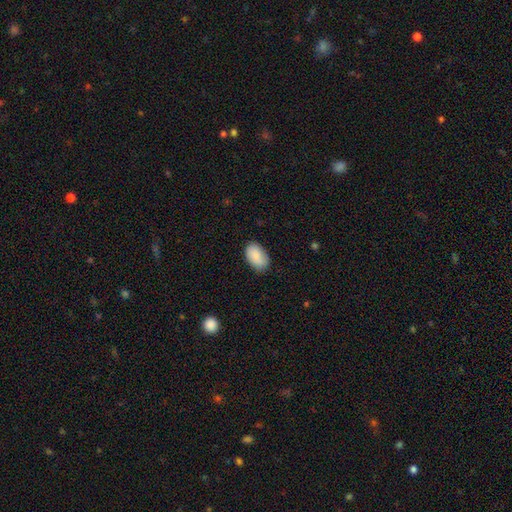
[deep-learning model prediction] A smooth galaxy with no disk features (87%) that is in between round and cigar-shaped (92%). Merging: none (77%).